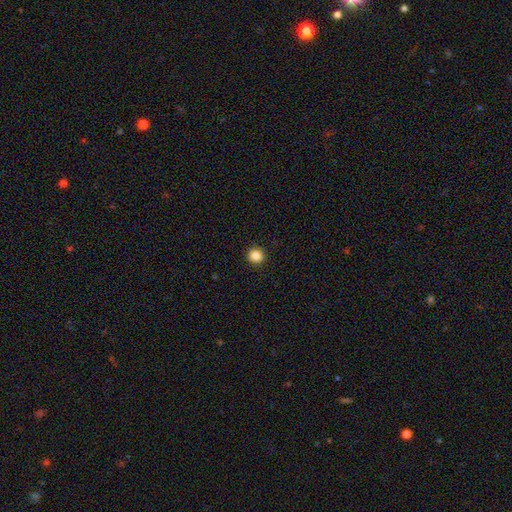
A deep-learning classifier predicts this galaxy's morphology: smooth 86%, star or artifact 10%, featured or disk 3%. Down the decision tree: how rounded — round (93%); merging — none (93%).